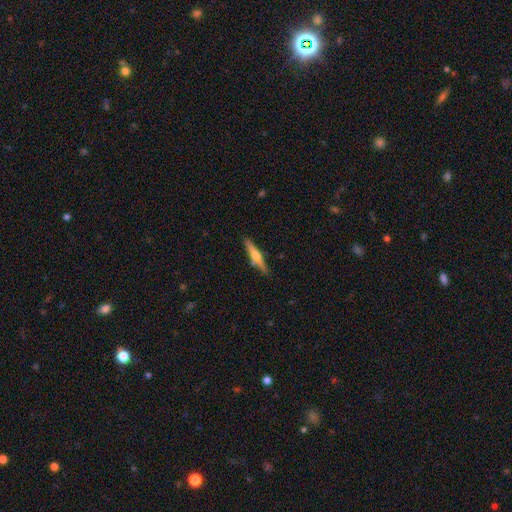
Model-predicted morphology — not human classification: Smooth or featured?
  - featured or disk: 63% *
  - smooth: 32%
  - star or artifact: 6%
Edge-on disk?
  - yes: 96% *
  - no: 4%
Edge-on bulge?
  - rounded: 91% *
  - none: 5%
  - boxy: 4%
Merging?
  - none: 86% *
  - minor disturbance: 9%
  - merger: 3%
  - major disturbance: 2%